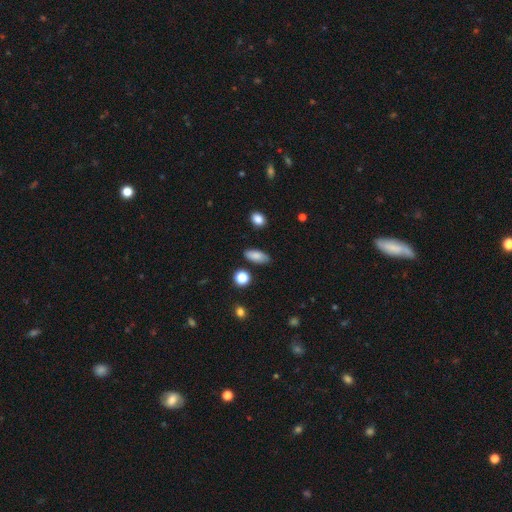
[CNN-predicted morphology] The model was most divided on "how rounded": in between: 82%, cigar-shaped: 14%, round: 5%. More confident: merging — none (85%); smooth or featured — smooth (85%).